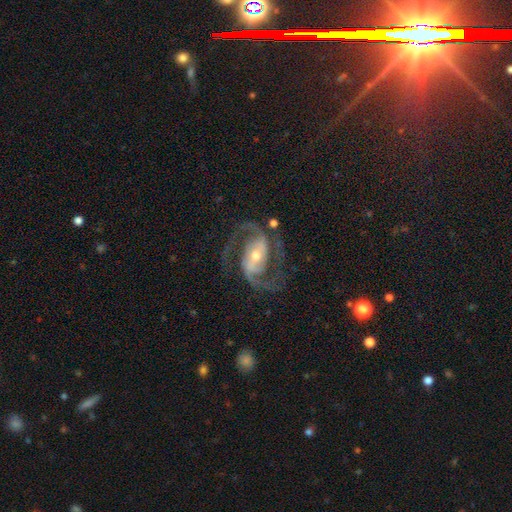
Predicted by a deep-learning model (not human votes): Smooth or featured? Predicted: featured or disk (p=0.92). Edge-on disk? Predicted: no (p=0.97). Bar? Predicted: strong (p=0.36, tied with weak). Spiral arms? Predicted: yes (p=0.98). Spiral winding? Predicted: medium (p=0.63). Spiral arm count? Predicted: 2 (p=0.92). Bulge size? Predicted: moderate (p=0.51). Merging? Predicted: none (p=0.77).